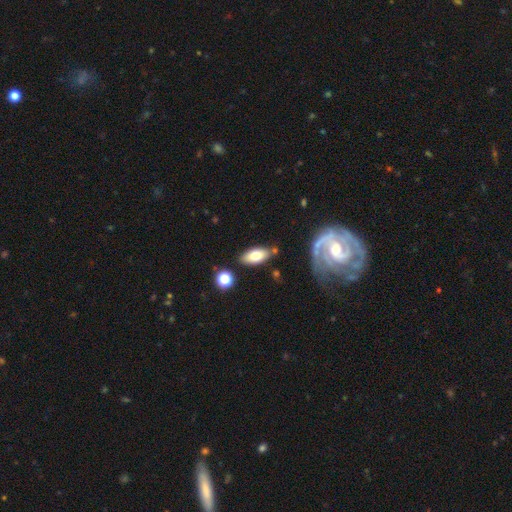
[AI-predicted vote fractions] Overall: smooth (73%). How rounded: in between (88%). Merging: none (76%).